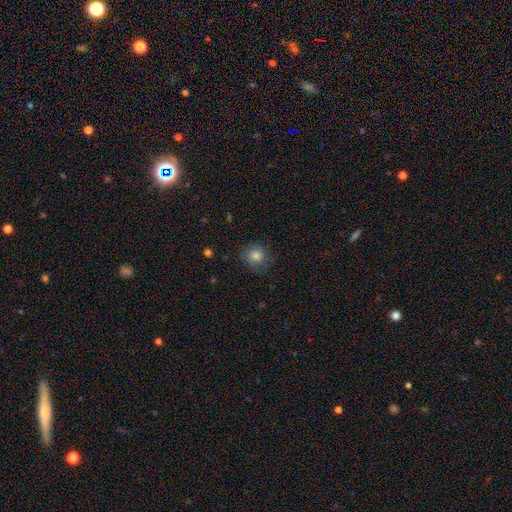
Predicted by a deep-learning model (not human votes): Morphology: type=smooth (73%); roundness=round (86%); merging=none (78%).